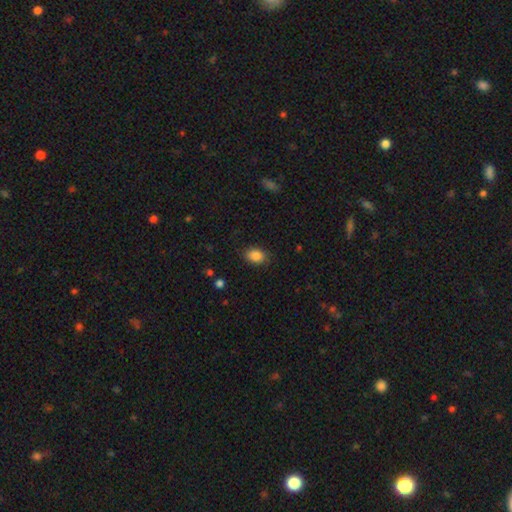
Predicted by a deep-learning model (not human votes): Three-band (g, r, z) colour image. It shows a smooth galaxy with no disk features (87%) that is in between round and cigar-shaped (76%). Merging: none (84%).